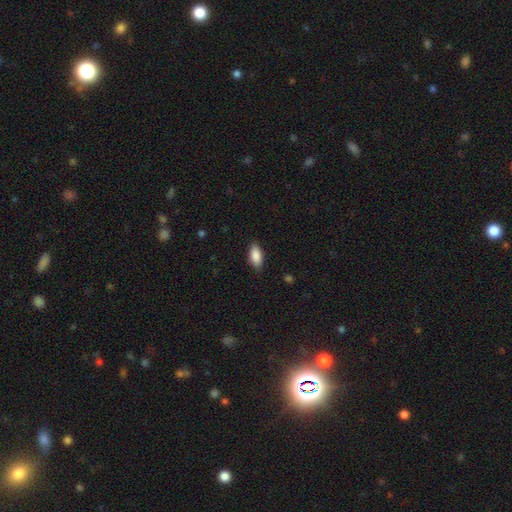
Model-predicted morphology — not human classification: This appears to be a smooth galaxy with no disk features (88%) that is in between round and cigar-shaped (90%). Merging: none (85%).